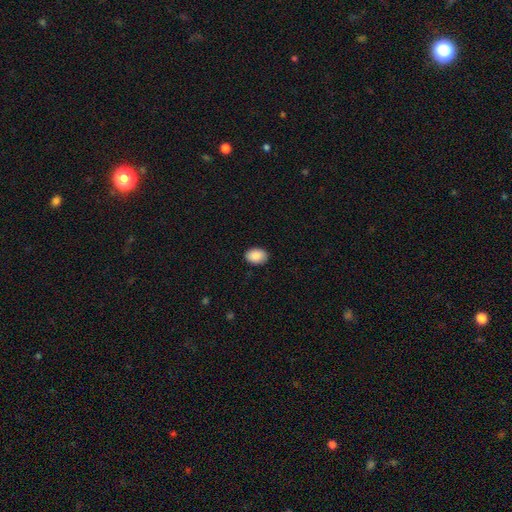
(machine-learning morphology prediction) A smooth galaxy with no disk features (90%) that is in between round and cigar-shaped (78%). Merging: none (90%).